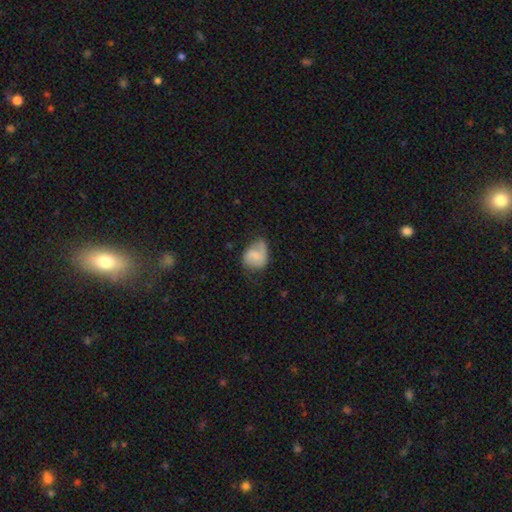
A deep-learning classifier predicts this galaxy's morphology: Smooth or featured? Predicted: smooth (p=0.56). How rounded? Predicted: in between (p=0.58). Merging? Predicted: none (p=0.42).